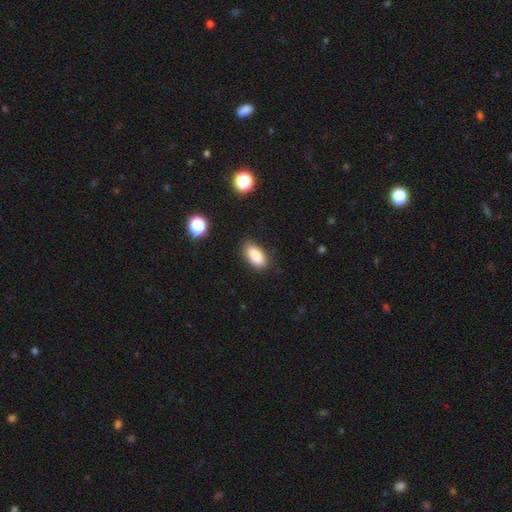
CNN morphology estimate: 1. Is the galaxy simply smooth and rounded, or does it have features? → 87% smooth, 8% star or artifact, 5% featured or disk.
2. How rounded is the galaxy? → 92% in between, 5% cigar-shaped, 4% round.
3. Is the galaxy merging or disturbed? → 83% none, 12% minor disturbance, 3% major disturbance, 1% merger.